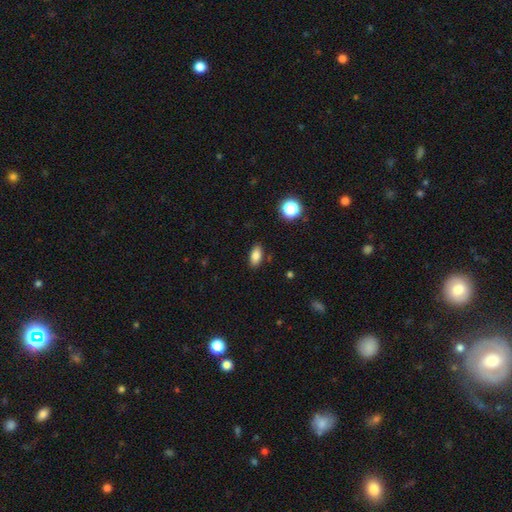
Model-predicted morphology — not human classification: This is clearly a smooth galaxy (82%). How rounded: clearly in between (89%). Merging: clearly none (87%).